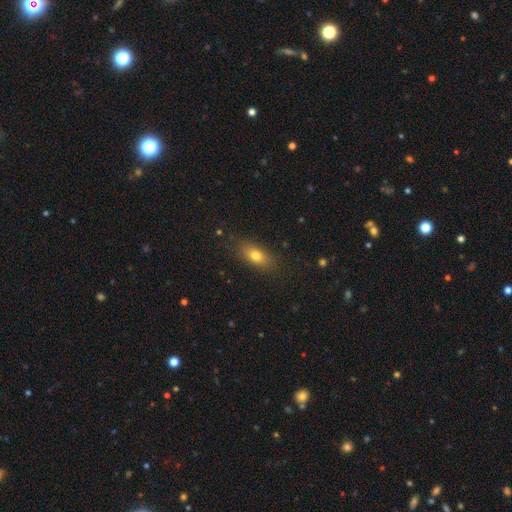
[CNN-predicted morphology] Q: Smooth or featured?
A: smooth (76%); runner-up: featured or disk (14%)
Q: How rounded?
A: in between (79%); runner-up: cigar-shaped (11%)
Q: Merging?
A: none (81%); runner-up: minor disturbance (14%)